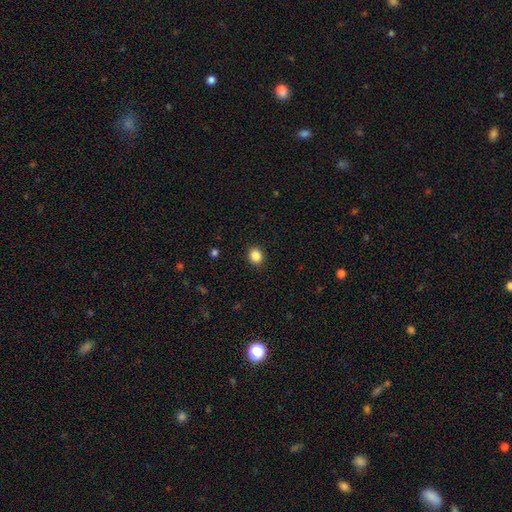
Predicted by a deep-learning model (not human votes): Q: Smooth or featured?
A: smooth (86%); runner-up: star or artifact (11%)
Q: How rounded?
A: round (78%); runner-up: in between (21%)
Q: Merging?
A: none (91%); runner-up: minor disturbance (6%)